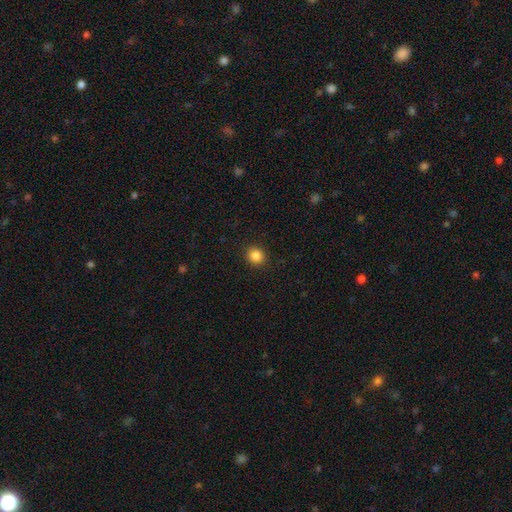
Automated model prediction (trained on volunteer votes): smooth_or_featured: smooth (p=0.85) [alt: star or artifact p=0.11]
how_rounded: round (p=0.84) [alt: in between p=0.15]
merging: none (p=0.91) [alt: minor disturbance p=0.06]